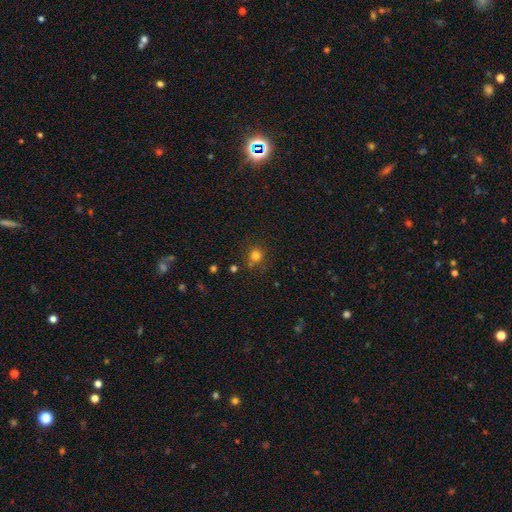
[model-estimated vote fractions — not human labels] smooth 79%, star or artifact 15%, featured or disk 6%. Down the decision tree: how rounded — round (91%); merging — none (74%).